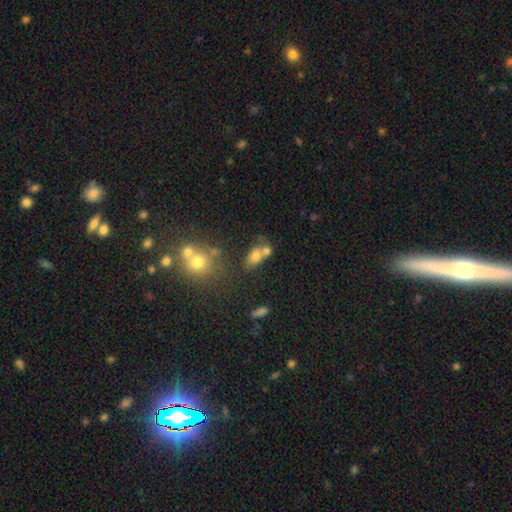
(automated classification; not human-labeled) Smooth or featured: smooth — 71% (featured or disk — 16%)
How rounded: in between — 80% (round — 16%)
Merging: merger — 45% (none — 35%)